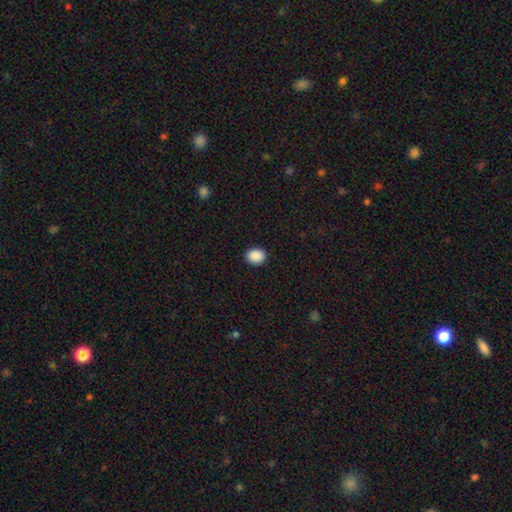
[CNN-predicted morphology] Smooth or featured?
  - smooth: 90% *
  - star or artifact: 8%
  - featured or disk: 2%
How rounded?
  - round: 54% *
  - in between: 45%
  - cigar-shaped: 1%
Merging?
  - none: 91% *
  - minor disturbance: 6%
  - major disturbance: 2%
  - merger: 1%